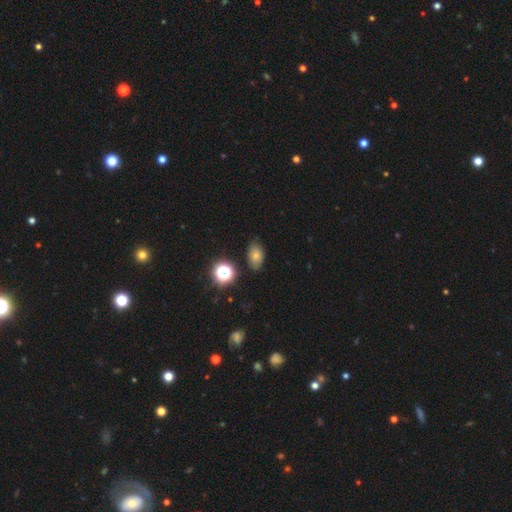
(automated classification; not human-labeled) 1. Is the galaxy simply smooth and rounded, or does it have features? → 58% smooth, 31% star or artifact, 12% featured or disk.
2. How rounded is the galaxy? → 76% in between, 23% round, 2% cigar-shaped.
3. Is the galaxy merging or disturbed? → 83% none, 11% minor disturbance, 3% major disturbance, 3% merger.